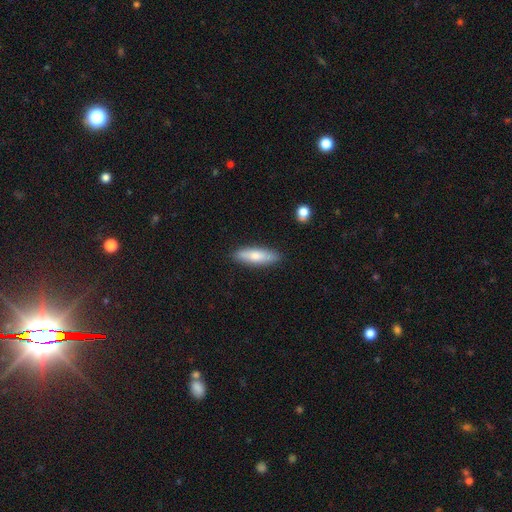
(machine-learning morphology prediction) smooth_or_featured: smooth (p=0.70) [alt: featured or disk p=0.24]
how_rounded: cigar-shaped (p=0.57) [alt: in between p=0.41]
merging: none (p=0.86) [alt: minor disturbance p=0.10]